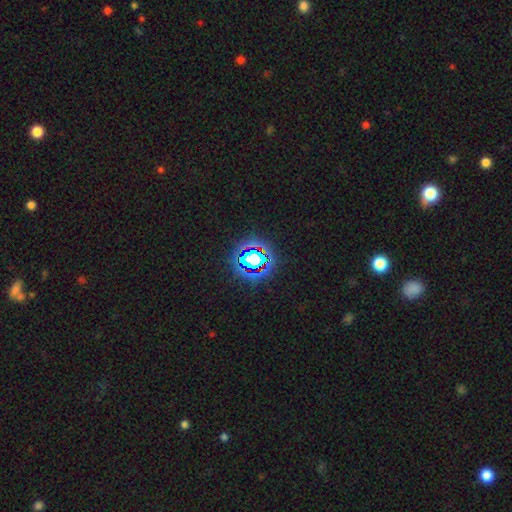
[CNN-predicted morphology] Smooth or featured?
  - star or artifact: 72% *
  - smooth: 18%
  - featured or disk: 9%